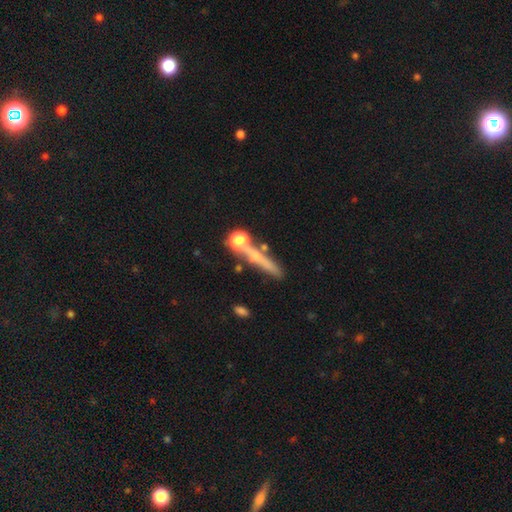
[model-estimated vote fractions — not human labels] smooth_or_featured: smooth (p=0.47) [alt: featured or disk p=0.38]
merging: none (p=0.63) [alt: merger p=0.15]